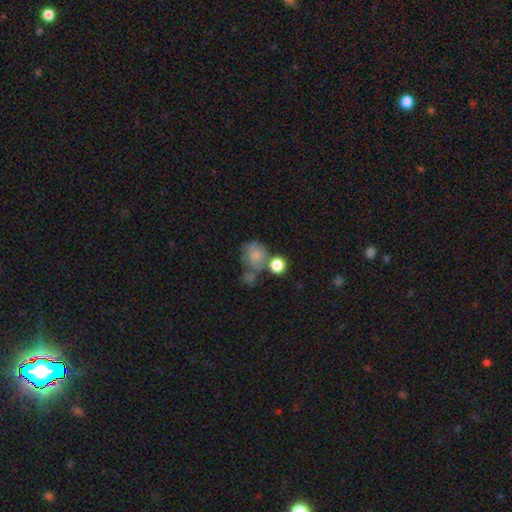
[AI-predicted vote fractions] smooth_or_featured: smooth (p=0.71) [alt: featured or disk p=0.18]
how_rounded: round (p=0.70) [alt: in between p=0.29]
merging: none (p=0.37) [alt: merger p=0.31]